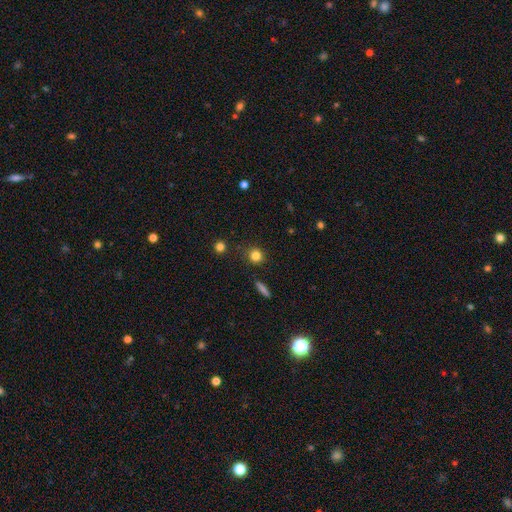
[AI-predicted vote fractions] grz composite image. It shows a smooth galaxy with no disk features (81%) that is round (88%). Merging: none (86%).